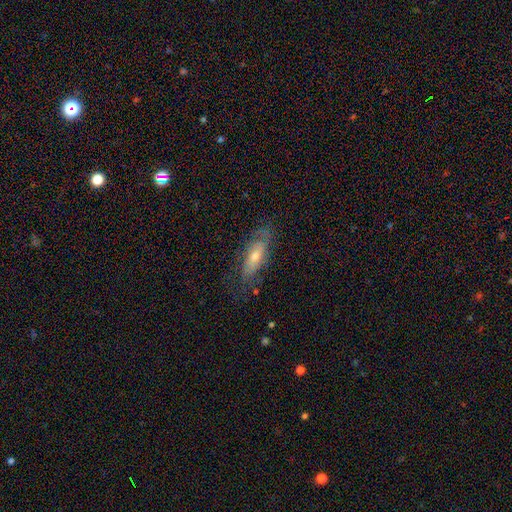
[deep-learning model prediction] smooth_or_featured: featured or disk (p=0.51) [alt: smooth p=0.42]
disk_edge_on: no (p=0.69) [alt: yes p=0.31]
merging: none (p=0.67) [alt: minor disturbance p=0.22]